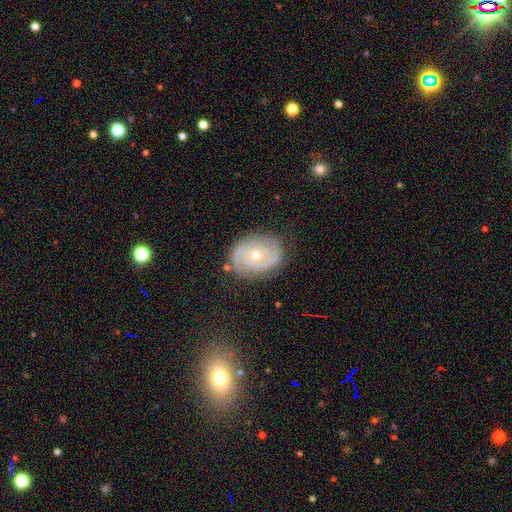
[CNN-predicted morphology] smooth_or_featured: featured or disk (p=0.85) [alt: smooth p=0.09]
disk_edge_on: no (p=0.97) [alt: yes p=0.03]
bar: no (p=0.71) [alt: weak p=0.23]
has_spiral_arms: yes (p=0.95) [alt: no p=0.05]
spiral_winding: tight (p=0.67) [alt: medium p=0.27]
spiral_arm_count: 2 (p=0.71) [alt: 3 p=0.11]
bulge_size: moderate (p=0.60) [alt: small p=0.37]
merging: none (p=0.83) [alt: minor disturbance p=0.13]